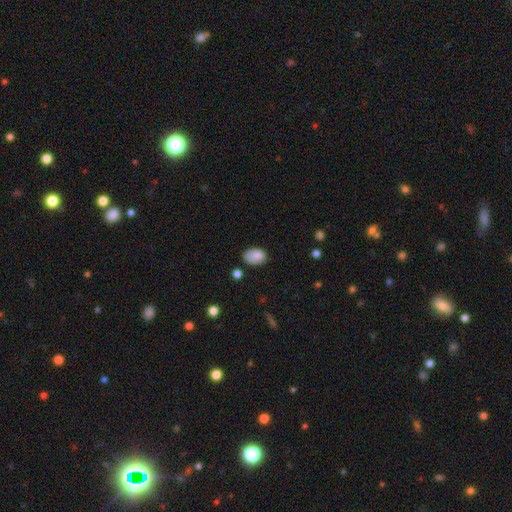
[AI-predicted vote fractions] A smooth galaxy with no disk features (84%) that is in between round and cigar-shaped (84%).

Vote fractions:
- Smooth or featured? smooth: 84% / featured or disk: 8% / star or artifact: 8%
- How rounded? in between: 84% / round: 15% / cigar-shaped: 1%
- Merging? none: 67% / minor disturbance: 25% / major disturbance: 6% / merger: 3%